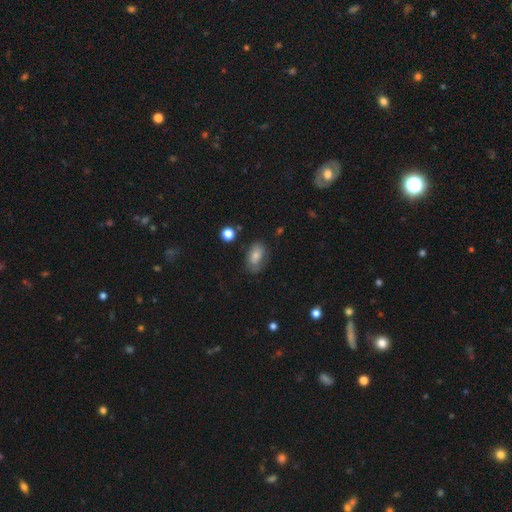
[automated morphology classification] A smooth galaxy with no disk features (71%) that is in between round and cigar-shaped (88%).

Vote fractions:
- Smooth or featured? smooth: 71% / featured or disk: 20% / star or artifact: 9%
- How rounded? in between: 88% / round: 9% / cigar-shaped: 2%
- Merging? none: 66% / minor disturbance: 23% / major disturbance: 8% / merger: 3%